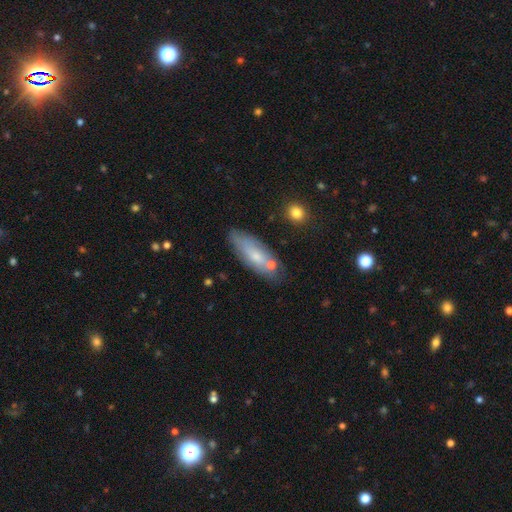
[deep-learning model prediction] This appears to be a smooth galaxy with no disk features (62%) that is in between round and cigar-shaped (62%). Merging: none (71%).